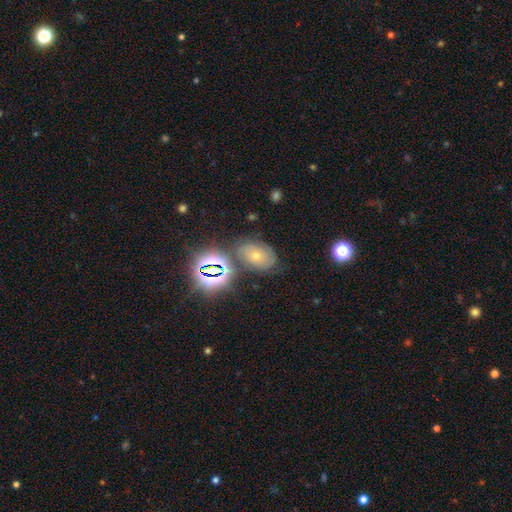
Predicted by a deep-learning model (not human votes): This appears to be a smooth galaxy with no disk features (37%). Merging: none (68%).